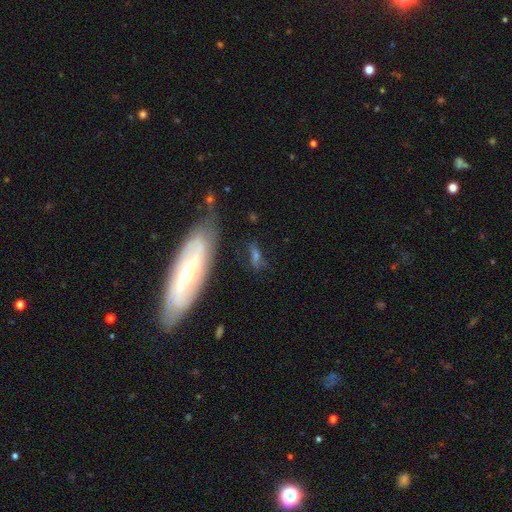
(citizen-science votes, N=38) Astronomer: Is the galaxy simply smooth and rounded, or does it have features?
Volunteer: featured or disk — 63%.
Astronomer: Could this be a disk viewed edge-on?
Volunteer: no — 71%.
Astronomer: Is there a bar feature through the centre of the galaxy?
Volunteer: strong — 53% (runner-up: no, 29%).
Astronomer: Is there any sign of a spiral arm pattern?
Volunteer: yes — 71%.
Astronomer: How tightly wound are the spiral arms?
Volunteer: loose — 58%.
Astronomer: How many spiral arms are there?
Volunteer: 2 — 83%.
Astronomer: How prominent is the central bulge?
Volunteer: small — 53% (runner-up: moderate, 35%).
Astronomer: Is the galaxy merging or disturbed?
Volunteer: none — 62%.